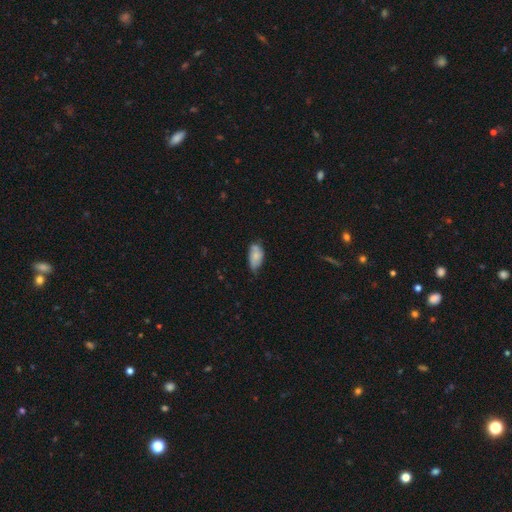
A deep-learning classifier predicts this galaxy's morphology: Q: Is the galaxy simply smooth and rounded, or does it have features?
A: smooth — 69%.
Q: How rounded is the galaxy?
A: in between — 91%.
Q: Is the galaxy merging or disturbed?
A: none — 44%.